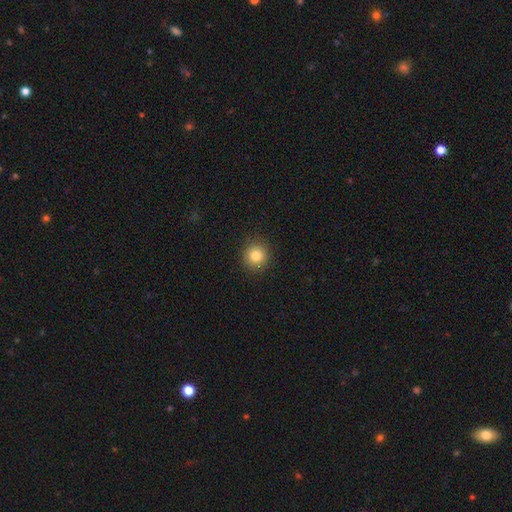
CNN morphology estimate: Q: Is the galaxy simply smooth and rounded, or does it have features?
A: smooth — 82%.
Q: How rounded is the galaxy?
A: round — 92%.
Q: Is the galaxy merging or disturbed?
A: none — 91%.